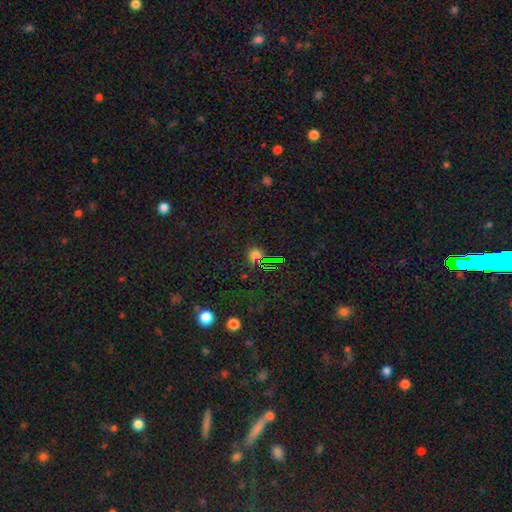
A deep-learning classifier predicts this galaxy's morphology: smooth 49%, star or artifact 43%, featured or disk 7%. Down the decision tree: merging — none (80%).